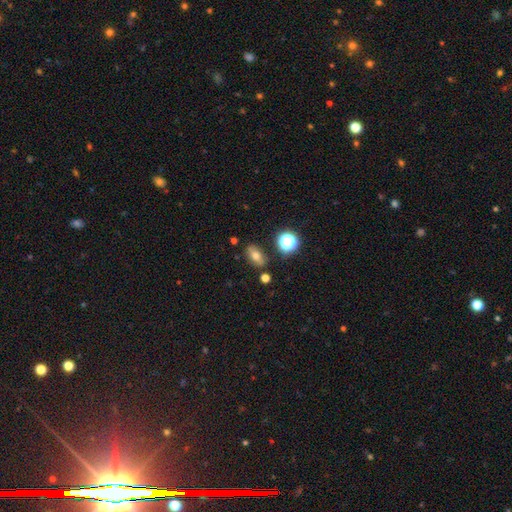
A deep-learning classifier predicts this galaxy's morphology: smooth_or_featured: smooth (p=0.65) [alt: featured or disk p=0.18]
how_rounded: in between (p=0.78) [alt: round p=0.15]
merging: none (p=0.81) [alt: minor disturbance p=0.12]